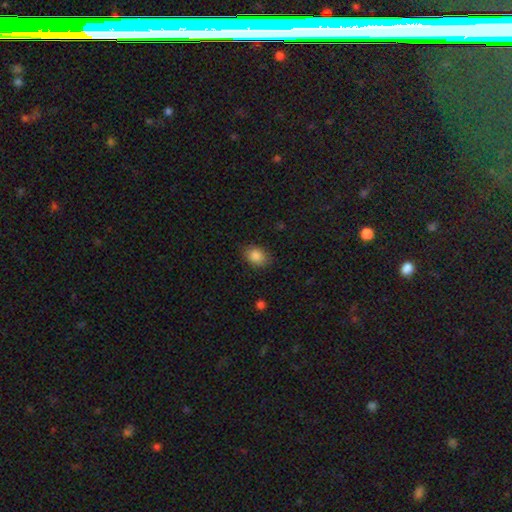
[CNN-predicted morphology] A smooth galaxy with no disk features (86%) that is in between round and cigar-shaped (69%).

Vote fractions:
- Smooth or featured? smooth: 86% / star or artifact: 8% / featured or disk: 5%
- How rounded? in between: 69% / round: 30% / cigar-shaped: 1%
- Merging? none: 82% / minor disturbance: 14% / major disturbance: 3% / merger: 1%